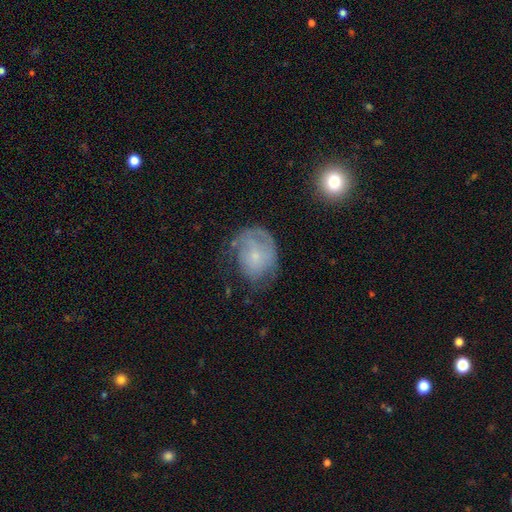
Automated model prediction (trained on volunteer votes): Smooth or featured? featured or disk (46%)
Merging? none (43%)